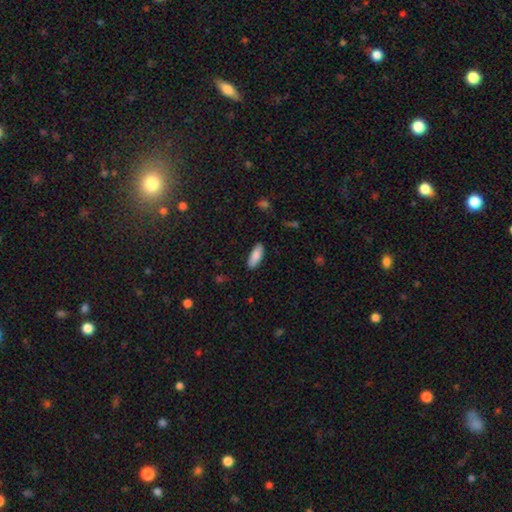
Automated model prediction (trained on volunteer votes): Smooth or featured?
  - smooth: 88% *
  - featured or disk: 6%
  - star or artifact: 6%
How rounded?
  - in between: 74% *
  - cigar-shaped: 24%
  - round: 2%
Merging?
  - none: 86% *
  - minor disturbance: 10%
  - major disturbance: 2%
  - merger: 1%